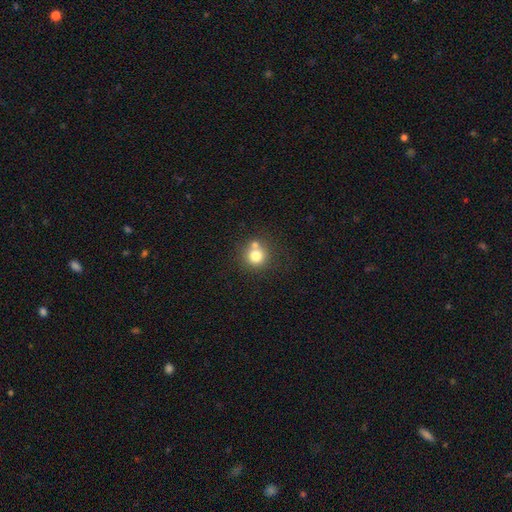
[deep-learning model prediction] Smooth or featured? smooth (76%)
How rounded? round (91%)
Merging? none (62%)